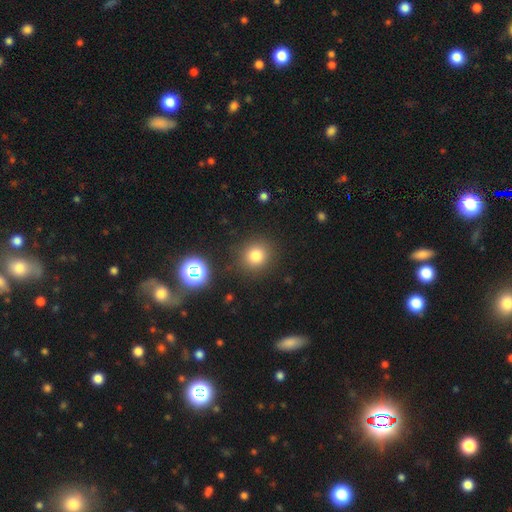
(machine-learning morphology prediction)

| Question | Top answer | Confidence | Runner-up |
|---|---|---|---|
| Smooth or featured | smooth | 78% | star or artifact (15%) |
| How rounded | round | 89% | in between (10%) |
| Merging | none | 88% | minor disturbance (7%) |